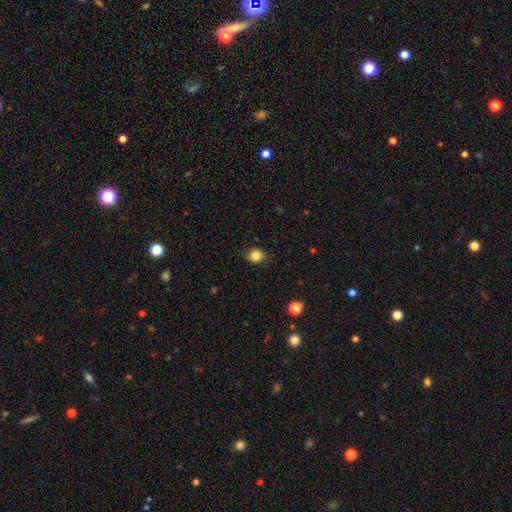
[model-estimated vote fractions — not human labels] The model was most divided on "how rounded": round: 71%, in between: 29%, cigar-shaped: 1%. More confident: merging — none (84%); smooth or featured — smooth (84%).